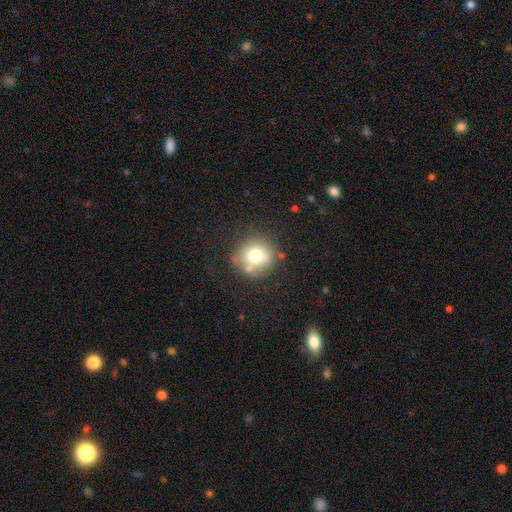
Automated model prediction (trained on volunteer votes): Smooth or featured? smooth (70%)
How rounded? round (86%)
Merging? none (67%)